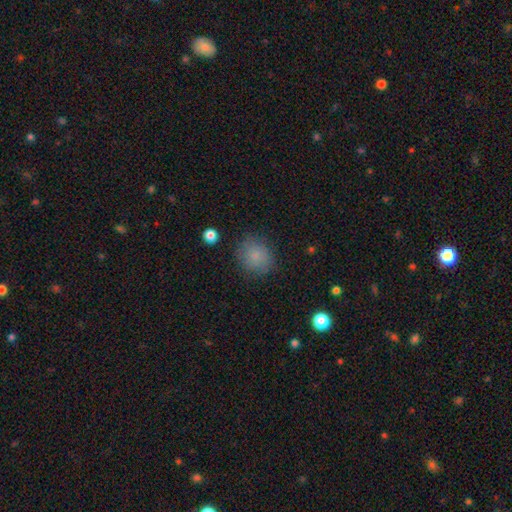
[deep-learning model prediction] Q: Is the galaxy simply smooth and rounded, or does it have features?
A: smooth — 83%.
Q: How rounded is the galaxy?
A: round — 76%.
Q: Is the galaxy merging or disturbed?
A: none — 83%.